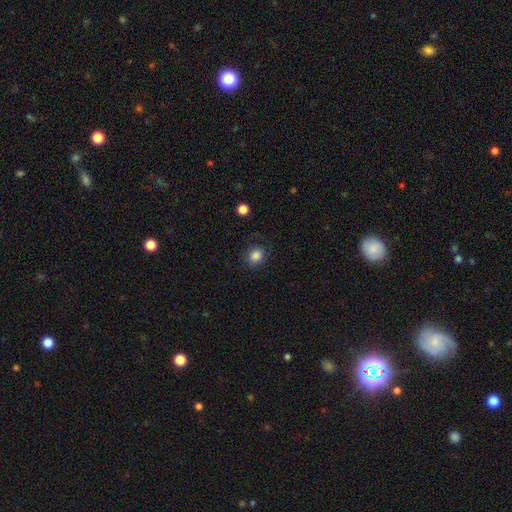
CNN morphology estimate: Smooth or featured?
  - smooth: 85% *
  - star or artifact: 10%
  - featured or disk: 6%
How rounded?
  - round: 68% *
  - in between: 31%
  - cigar-shaped: 1%
Merging?
  - none: 80% *
  - minor disturbance: 14%
  - major disturbance: 5%
  - merger: 1%